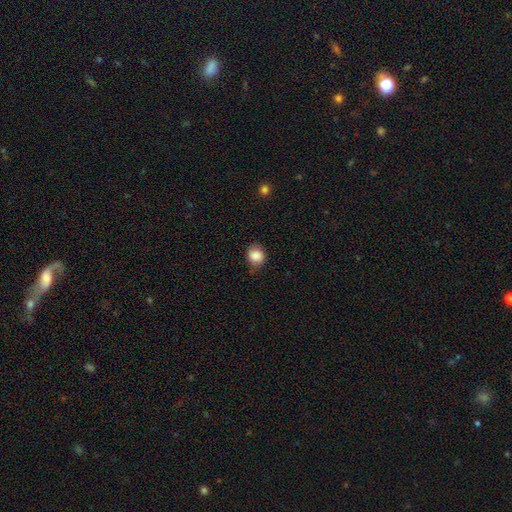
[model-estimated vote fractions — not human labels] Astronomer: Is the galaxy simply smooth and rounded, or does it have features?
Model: smooth — 86%.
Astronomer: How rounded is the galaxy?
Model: round — 70%.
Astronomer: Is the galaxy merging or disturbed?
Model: none — 71%.